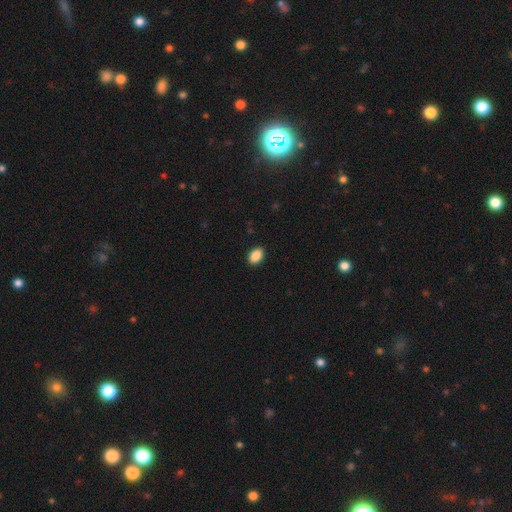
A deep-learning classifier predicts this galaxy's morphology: Smooth or featured: smooth — 89% (star or artifact — 8%)
How rounded: in between — 84% (round — 15%)
Merging: none — 90% (minor disturbance — 7%)